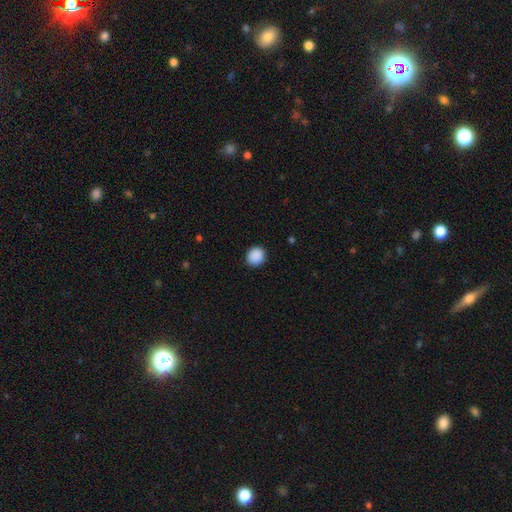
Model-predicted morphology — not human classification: Smooth or featured: smooth — 90% (star or artifact — 8%)
How rounded: round — 85% (in between — 14%)
Merging: none — 90% (minor disturbance — 7%)